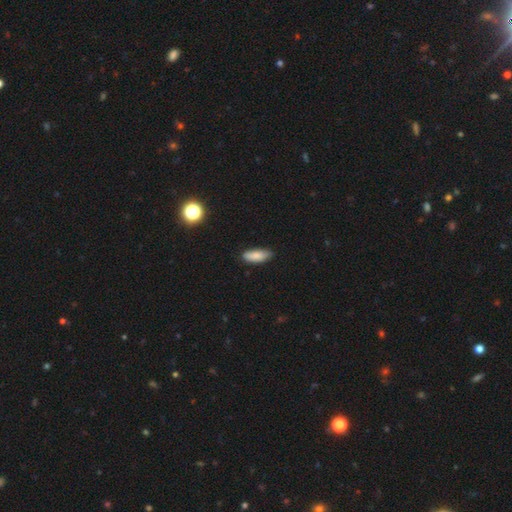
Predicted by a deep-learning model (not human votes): A smooth galaxy with no disk features (84%) that is in between round and cigar-shaped (73%).

Vote fractions:
- Smooth or featured? smooth: 84% / featured or disk: 9% / star or artifact: 7%
- How rounded? in between: 73% / cigar-shaped: 25% / round: 2%
- Merging? none: 80% / minor disturbance: 16% / major disturbance: 2% / merger: 1%